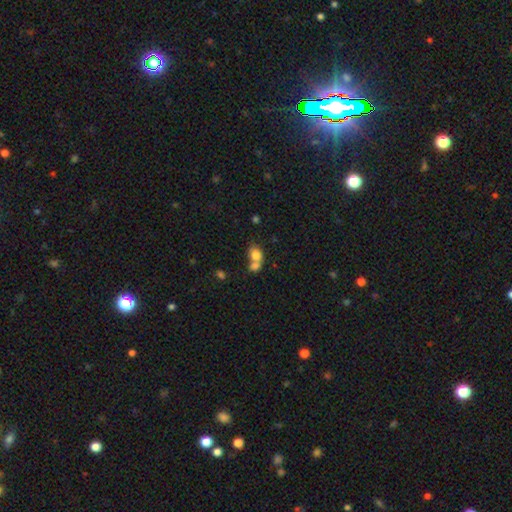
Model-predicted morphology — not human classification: This appears to be a smooth galaxy with no disk features (78%) that is round (52%). Merging: merger (63%).